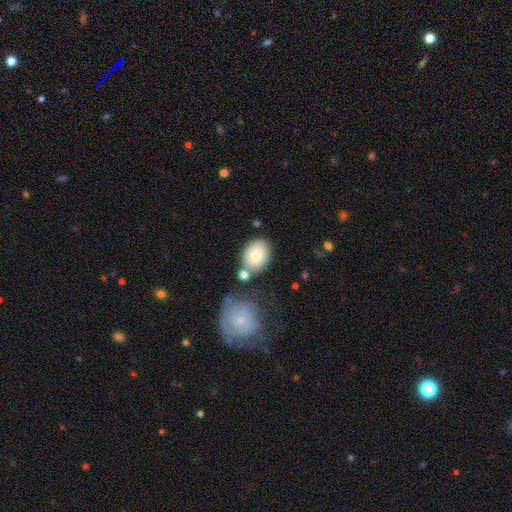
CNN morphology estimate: The model was most divided on "how rounded": in between: 68%, round: 31%, cigar-shaped: 1%. More confident: smooth or featured — smooth (78%); merging — none (69%).